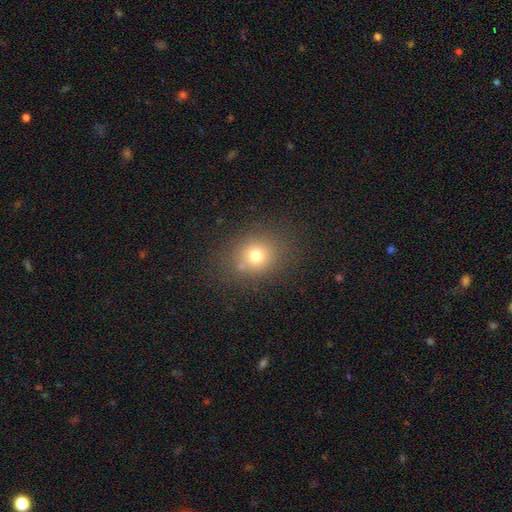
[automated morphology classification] Overall: smooth (72%). How rounded: round (69%; in between 30%). Merging: none (78%).